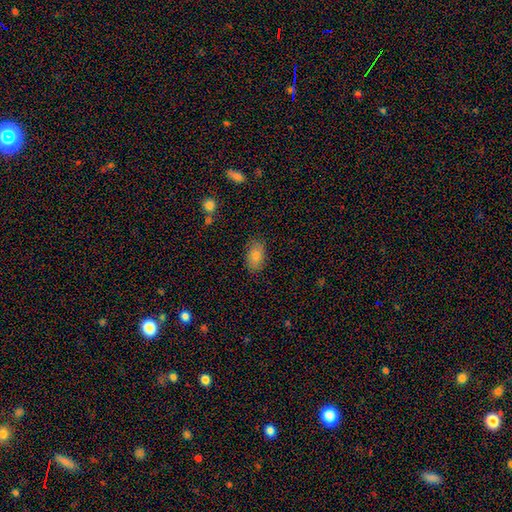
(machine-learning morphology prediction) Smooth or featured?
  - smooth: 77% *
  - featured or disk: 13%
  - star or artifact: 10%
How rounded?
  - in between: 90% *
  - round: 8%
  - cigar-shaped: 2%
Merging?
  - none: 84% *
  - minor disturbance: 12%
  - major disturbance: 3%
  - merger: 1%